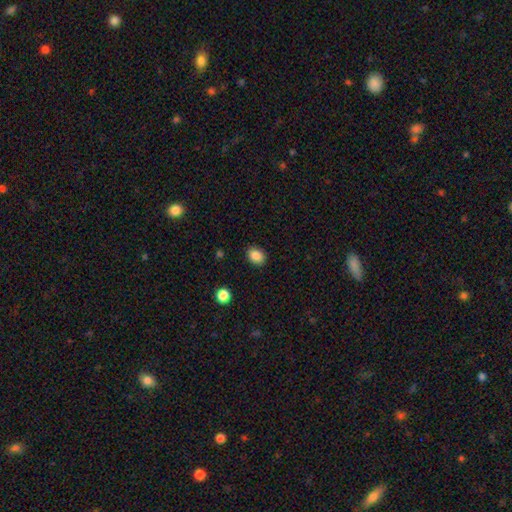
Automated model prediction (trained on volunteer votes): This appears to be a smooth galaxy with no disk features (87%) that is in between round and cigar-shaped (64%). Merging: none (87%).